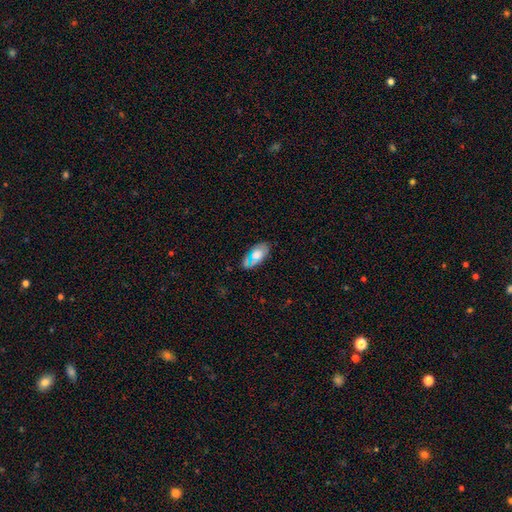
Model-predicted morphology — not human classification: Smooth or featured: smooth — 67% (featured or disk — 21%)
How rounded: in between — 91% (round — 5%)
Merging: none — 75% (minor disturbance — 17%)